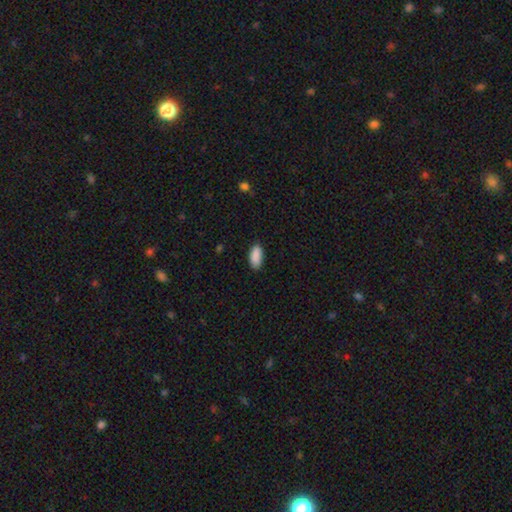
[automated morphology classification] Smooth or featured? Predicted: smooth (p=0.90). How rounded? Predicted: in between (p=0.90). Merging? Predicted: none (p=0.85).